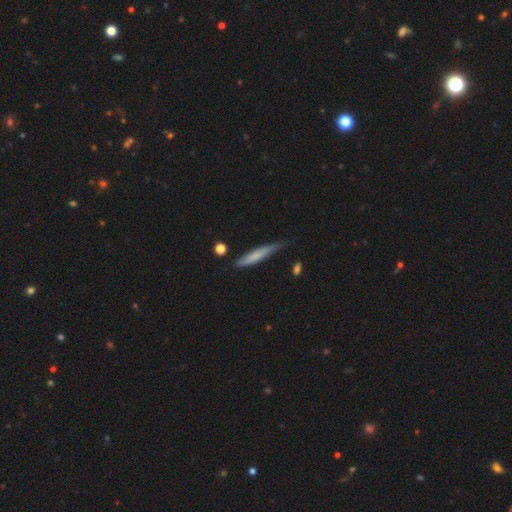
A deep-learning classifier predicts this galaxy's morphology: Smooth or featured? smooth (67%)
How rounded? cigar-shaped (92%)
Merging? none (65%)